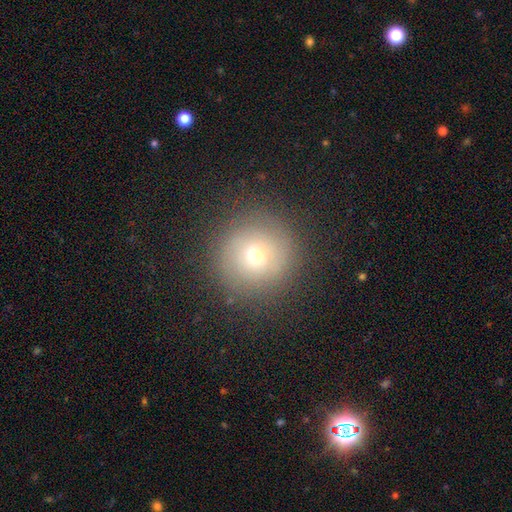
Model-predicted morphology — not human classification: Smooth or featured: smooth — 62% (featured or disk — 22%)
How rounded: round — 95% (in between — 4%)
Merging: none — 87% (minor disturbance — 8%)